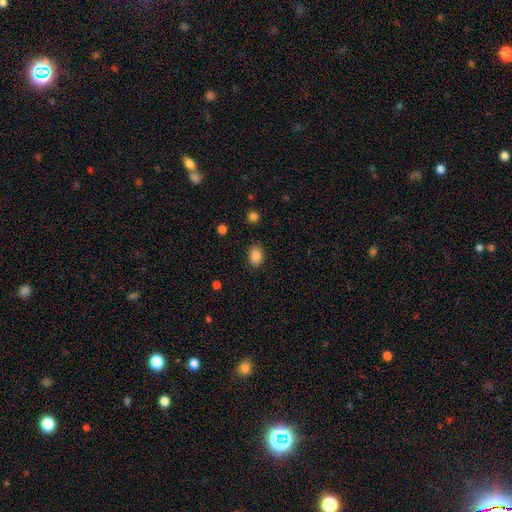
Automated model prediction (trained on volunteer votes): smooth-or-featured: smooth: 87% | star or artifact: 9% | featured or disk: 4%
  how-rounded: in between: 81% | round: 18% | cigar-shaped: 1%
  merging: none: 86% | minor disturbance: 10% | major disturbance: 3% | merger: 1%